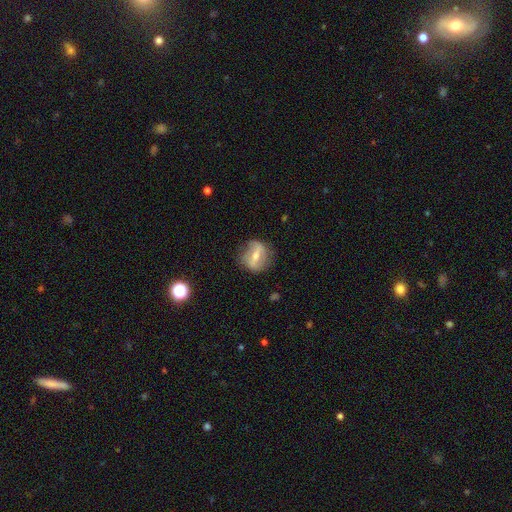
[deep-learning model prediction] A featured or disk galaxy (64%) with a strong bar (61%), spiral arms (55%) and a moderate central bulge (51%). Merging: none (73%).